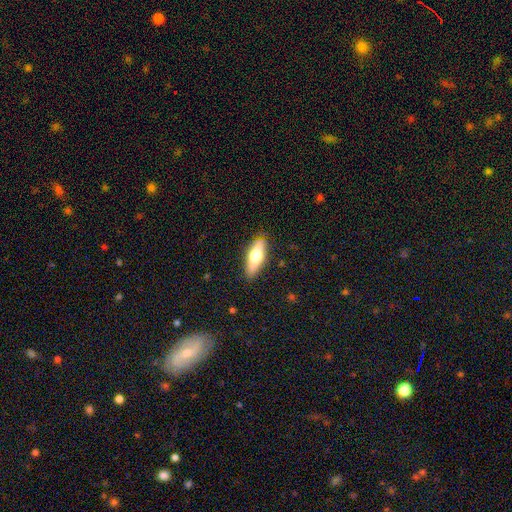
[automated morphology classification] This is possibly a smooth galaxy (56%). How rounded: possibly in between (56%). Merging: clearly none (85%).